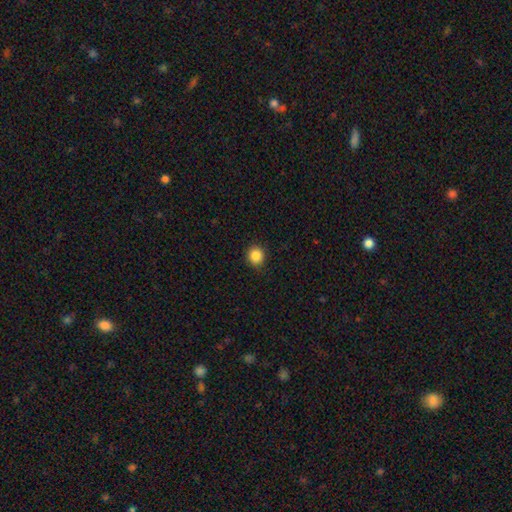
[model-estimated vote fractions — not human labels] Morphology: type=smooth (86%); roundness=round (87%); merging=none (89%).